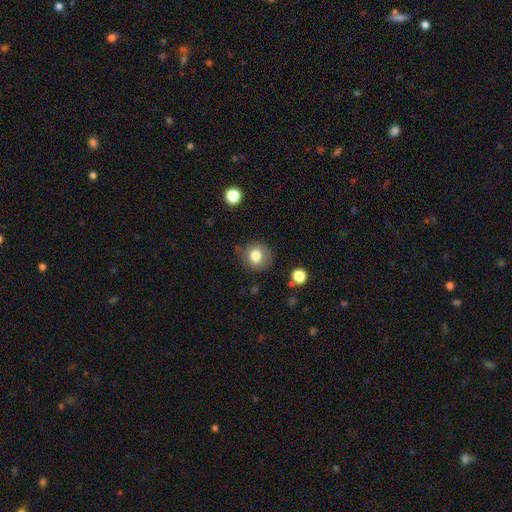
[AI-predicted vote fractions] Smooth or featured? Predicted: smooth (p=0.80). How rounded? Predicted: round (p=0.87). Merging? Predicted: none (p=0.79).